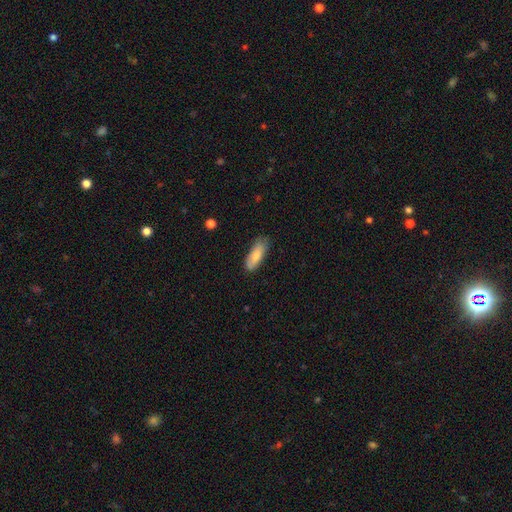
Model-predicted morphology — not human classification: This is clearly a smooth galaxy (82%). How rounded: likely in between (65%). Merging: likely none (75%).